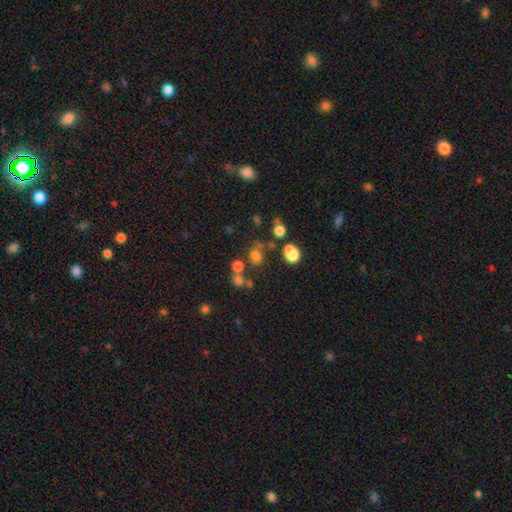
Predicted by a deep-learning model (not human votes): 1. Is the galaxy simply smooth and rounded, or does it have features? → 70% smooth, 20% star or artifact, 10% featured or disk.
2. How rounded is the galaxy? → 56% round, 42% in between, 2% cigar-shaped.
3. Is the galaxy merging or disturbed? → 56% none, 21% merger, 15% minor disturbance, 8% major disturbance.